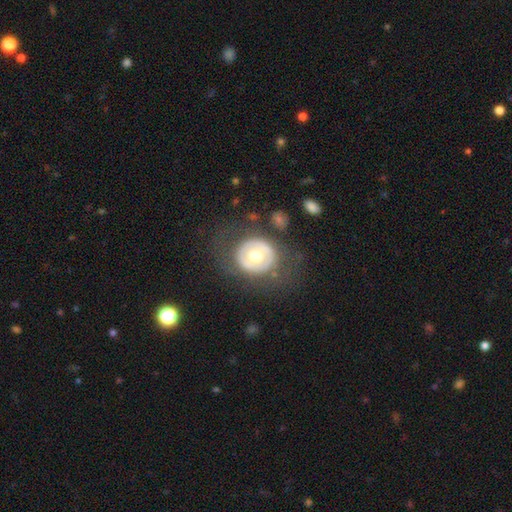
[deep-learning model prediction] Morphology: type=featured or disk (52%); edge-on=no (96%); merging=none (68%).